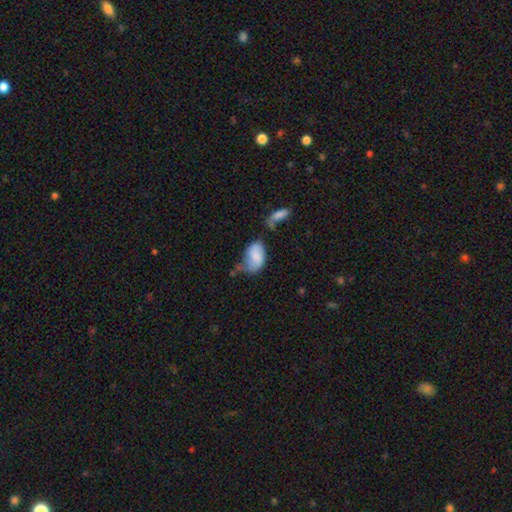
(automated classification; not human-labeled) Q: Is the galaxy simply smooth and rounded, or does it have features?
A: smooth — 66%.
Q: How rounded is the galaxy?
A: in between — 89%.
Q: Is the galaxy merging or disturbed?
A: minor disturbance — 29%.